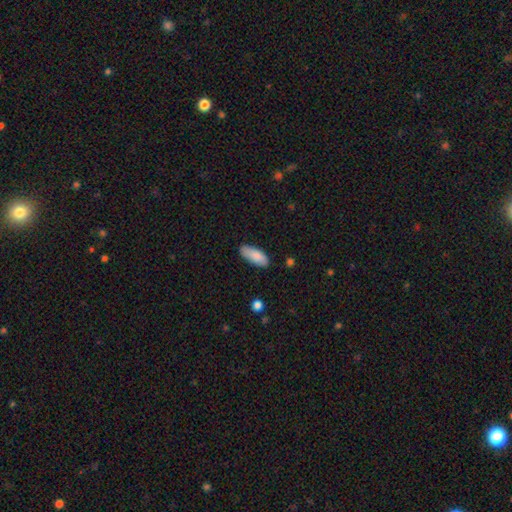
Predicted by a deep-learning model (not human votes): This appears to be a smooth galaxy with no disk features (86%) that is in between round and cigar-shaped (78%). Merging: none (80%).